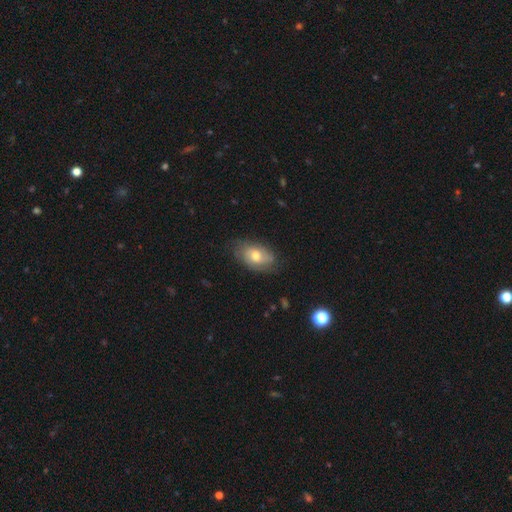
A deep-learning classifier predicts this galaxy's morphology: This appears to be a smooth galaxy with no disk features (50%) that is in between round and cigar-shaped (88%). Merging: none (70%).